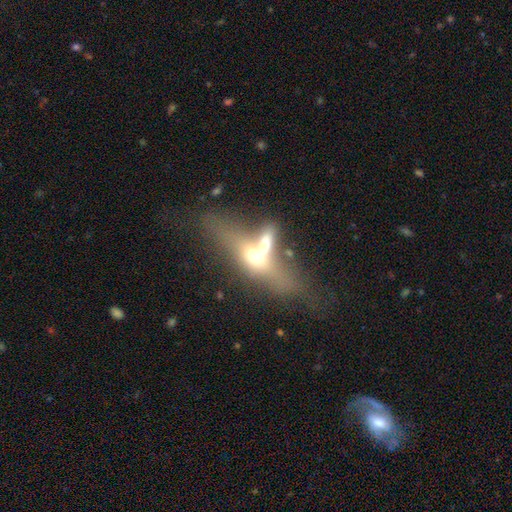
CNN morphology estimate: Smooth or featured: featured or disk — 47% (smooth — 43%)
Merging: merger — 60% (none — 21%)